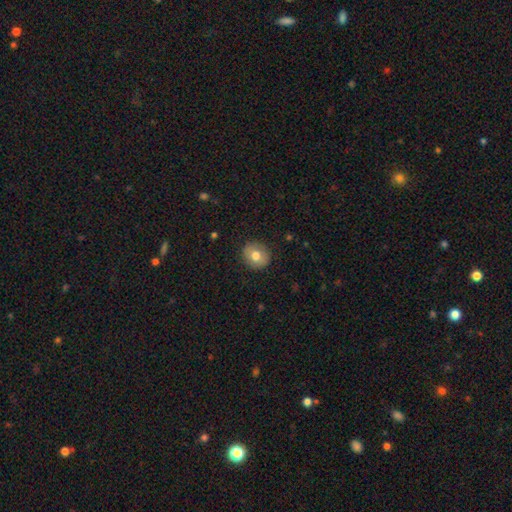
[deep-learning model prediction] smooth 76%, featured or disk 16%, star or artifact 8%. Down the decision tree: how rounded — round (82%); merging — none (89%).